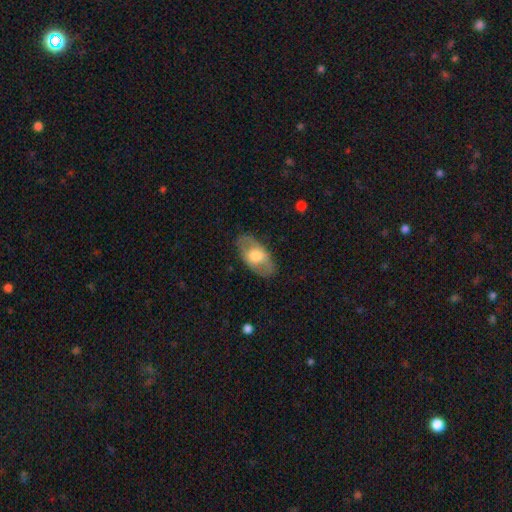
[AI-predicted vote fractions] Overall: smooth (52%; featured or disk 42%). How rounded: in between (92%). Merging: none (79%).